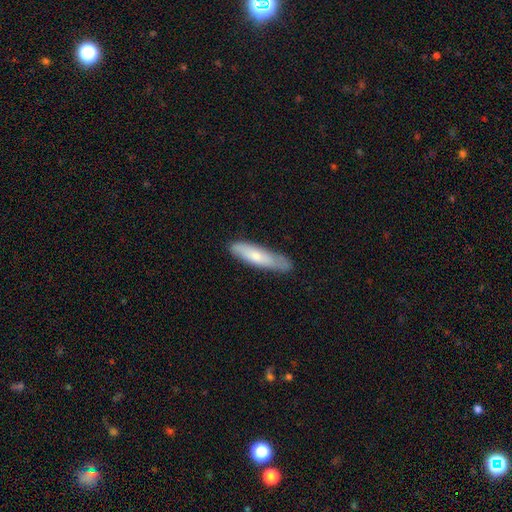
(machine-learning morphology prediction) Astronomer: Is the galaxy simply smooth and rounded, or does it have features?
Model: smooth — 69%.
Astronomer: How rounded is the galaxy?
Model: cigar-shaped — 73%.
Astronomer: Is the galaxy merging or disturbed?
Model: none — 70%.